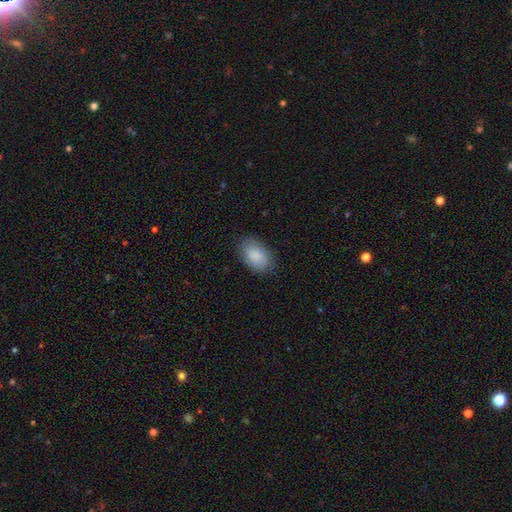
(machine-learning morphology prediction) Q: Smooth or featured?
A: smooth (87%); runner-up: featured or disk (7%)
Q: How rounded?
A: in between (92%); runner-up: round (6%)
Q: Merging?
A: none (83%); runner-up: minor disturbance (13%)